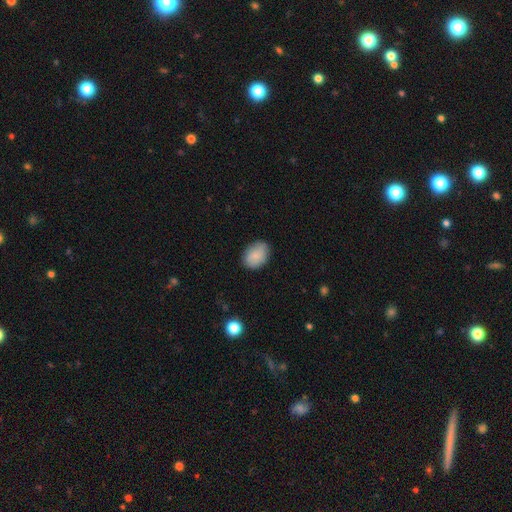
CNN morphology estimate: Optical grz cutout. It shows a smooth galaxy with no disk features (86%) that is in between round and cigar-shaped (74%). Merging: none (81%).